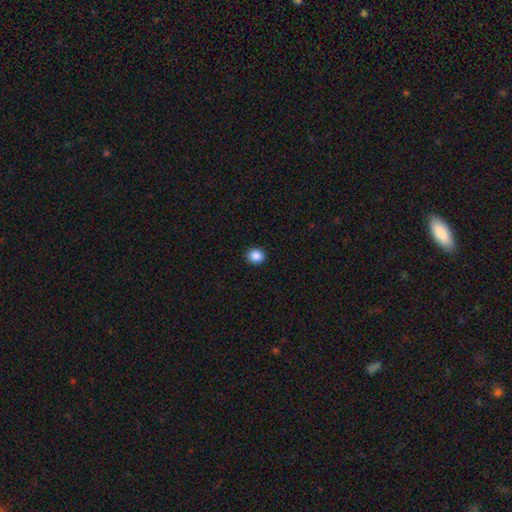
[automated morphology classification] Smooth or featured? Predicted: smooth (p=0.88). How rounded? Predicted: round (p=0.77). Merging? Predicted: none (p=0.92).